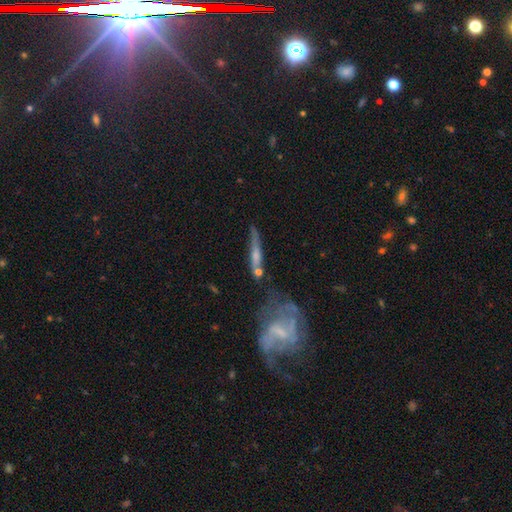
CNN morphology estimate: smooth_or_featured: smooth (p=0.47) [alt: featured or disk p=0.45]
merging: none (p=0.43) [alt: merger p=0.23]